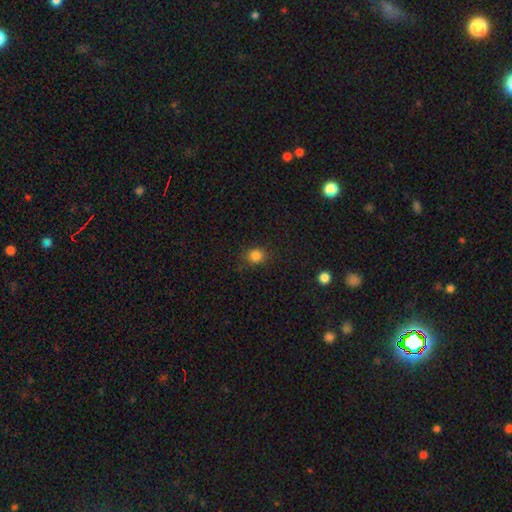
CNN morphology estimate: Smooth or featured? smooth (84%)
How rounded? round (80%)
Merging? none (83%)